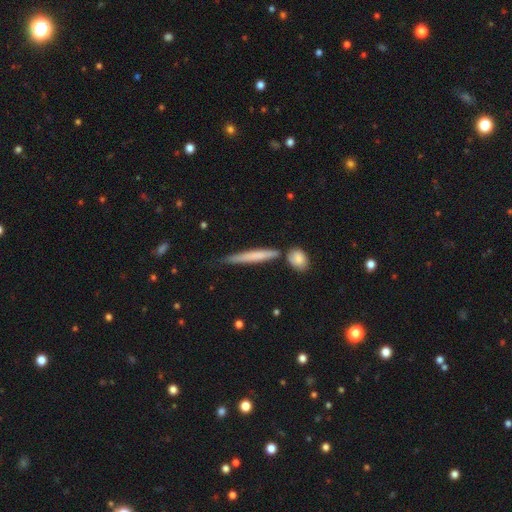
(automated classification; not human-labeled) A smooth galaxy with no disk features (62%) that is cigar-shaped (94%). Merging: none (66%).